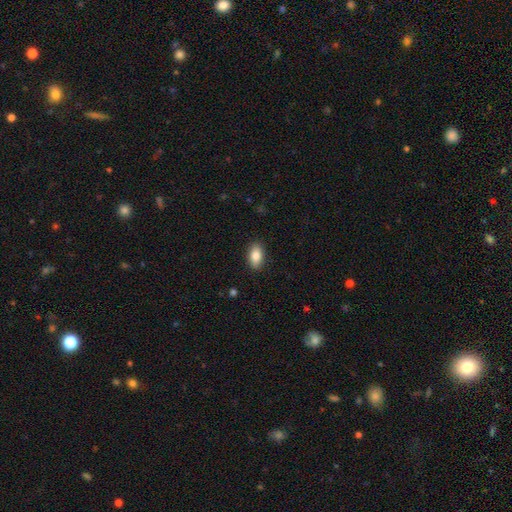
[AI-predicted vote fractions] Morphology: type=smooth (87%); roundness=in between (92%); merging=none (89%).